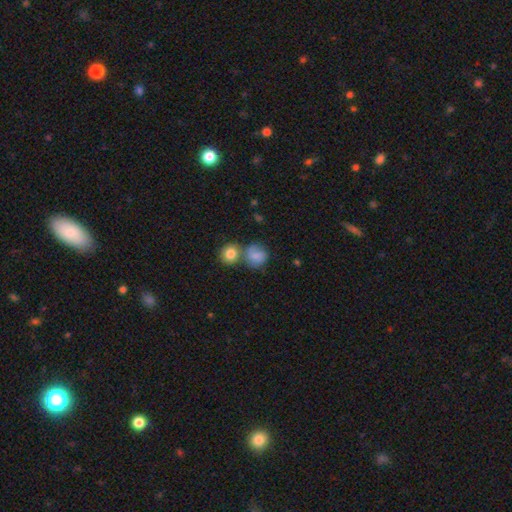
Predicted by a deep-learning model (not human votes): smooth-or-featured: smooth: 76% | featured or disk: 15% | star or artifact: 9%
  how-rounded: round: 74% | in between: 25% | cigar-shaped: 1%
  merging: none: 40% | merger: 35% | minor disturbance: 17% | major disturbance: 8%